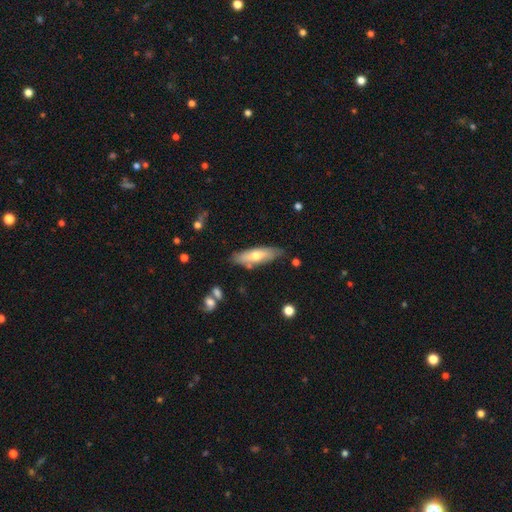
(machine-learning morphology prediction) This is possibly a smooth galaxy (59%). How rounded: possibly cigar-shaped (51%). Merging: likely none (79%).